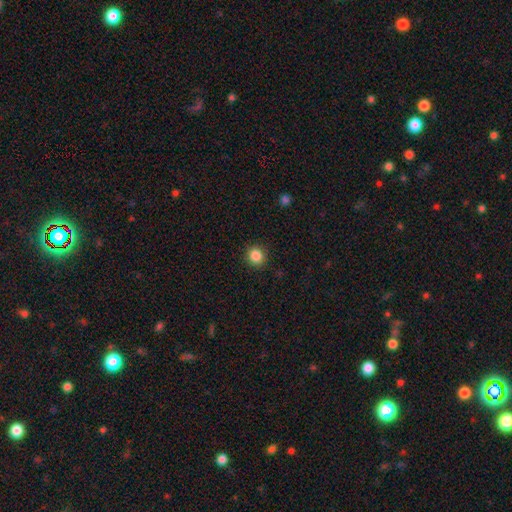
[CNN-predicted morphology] Q: Smooth or featured?
A: smooth (86%); runner-up: star or artifact (10%)
Q: How rounded?
A: round (90%); runner-up: in between (9%)
Q: Merging?
A: none (91%); runner-up: minor disturbance (6%)